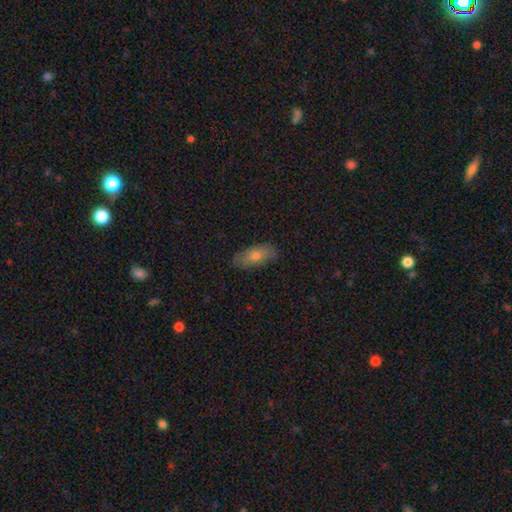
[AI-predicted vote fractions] Smooth or featured: smooth — 70% (featured or disk — 22%)
How rounded: in between — 84% (cigar-shaped — 13%)
Merging: none — 81% (minor disturbance — 15%)